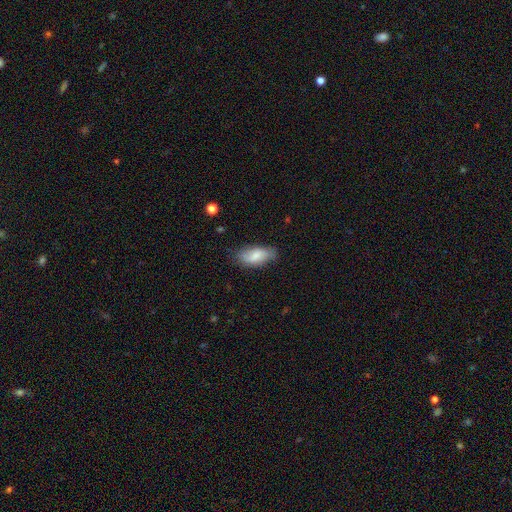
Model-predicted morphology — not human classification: smooth_or_featured: smooth (p=0.73) [alt: featured or disk p=0.21]
how_rounded: in between (p=0.89) [alt: cigar-shaped p=0.08]
merging: none (p=0.69) [alt: minor disturbance p=0.24]